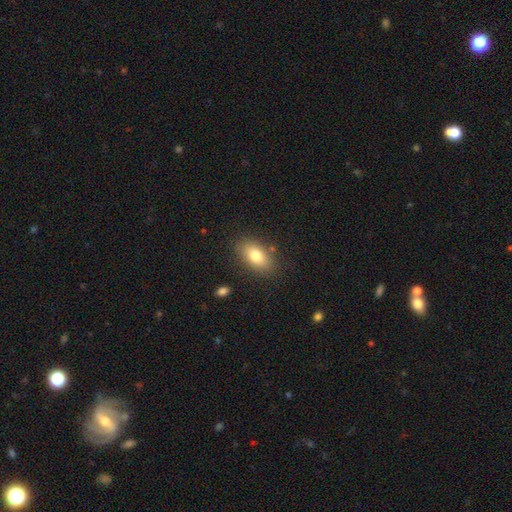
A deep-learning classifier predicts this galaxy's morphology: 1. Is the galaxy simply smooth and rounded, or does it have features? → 77% smooth, 15% featured or disk, 8% star or artifact.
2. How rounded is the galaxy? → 89% in between, 7% round, 4% cigar-shaped.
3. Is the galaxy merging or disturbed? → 82% none, 12% minor disturbance, 3% major disturbance, 3% merger.